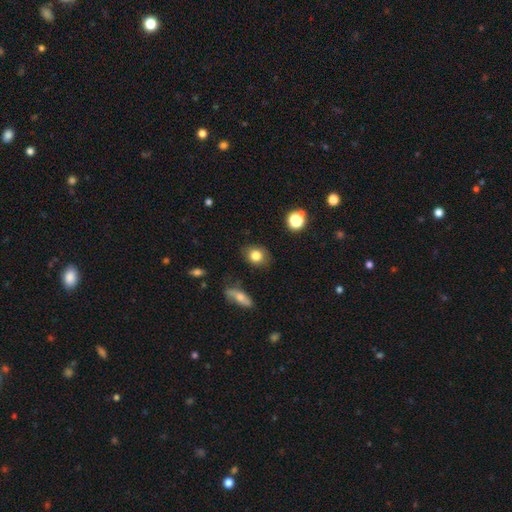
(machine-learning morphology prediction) smooth-or-featured: smooth: 81% | star or artifact: 10% | featured or disk: 9%
  how-rounded: round: 60% | in between: 39% | cigar-shaped: 2%
  merging: none: 83% | minor disturbance: 12% | major disturbance: 3% | merger: 2%